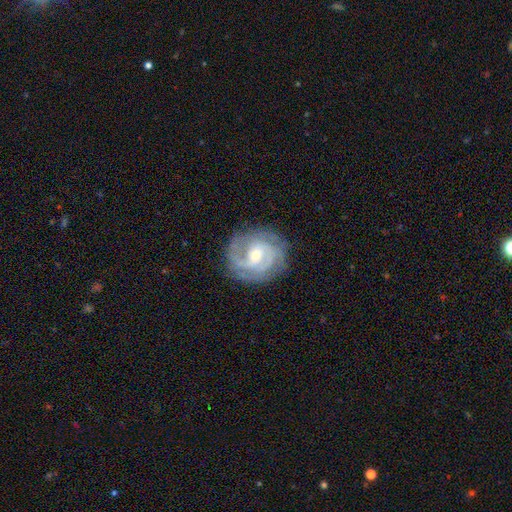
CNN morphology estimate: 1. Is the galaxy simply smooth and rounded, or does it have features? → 85% featured or disk, 9% smooth, 6% star or artifact.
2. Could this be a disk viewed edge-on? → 97% no, 3% yes.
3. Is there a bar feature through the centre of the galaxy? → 45% no, 43% weak, 12% strong.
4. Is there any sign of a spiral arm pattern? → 96% yes, 4% no.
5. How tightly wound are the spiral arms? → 55% tight, 37% medium, 9% loose.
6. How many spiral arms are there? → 35% 2, 26% 3, 22% can't tell, 7% 4, 5% 1, 5% more than 4.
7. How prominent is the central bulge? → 57% small, 40% moderate, 2% large, 1% none, 1% dominant.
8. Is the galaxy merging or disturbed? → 79% none, 14% minor disturbance, 6% major disturbance, 1% merger.